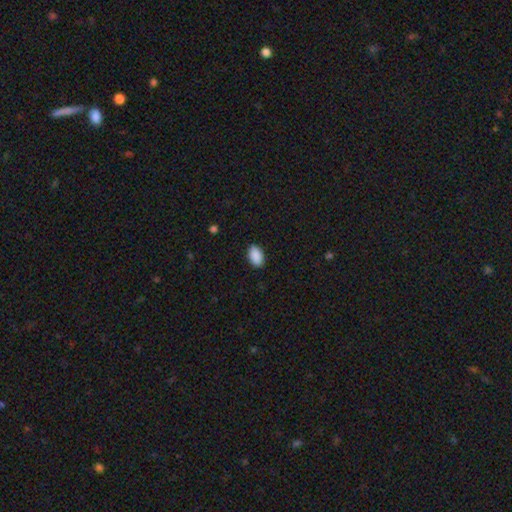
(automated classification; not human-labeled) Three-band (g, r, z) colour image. It shows a smooth galaxy with no disk features (91%) that is in between round and cigar-shaped (92%). Merging: none (89%).